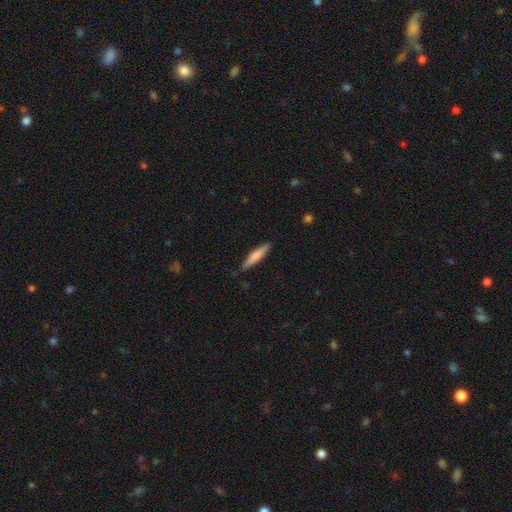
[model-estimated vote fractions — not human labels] Overall: smooth (70%). How rounded: cigar-shaped (89%). Merging: none (85%).